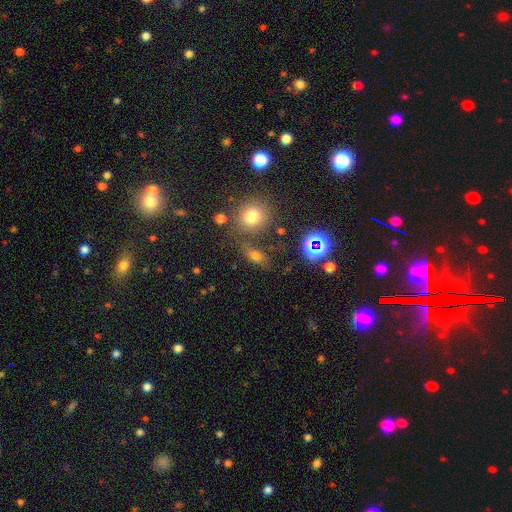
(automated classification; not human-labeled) Morphology: type=smooth (62%); roundness=in between (63%); merging=none (64%).